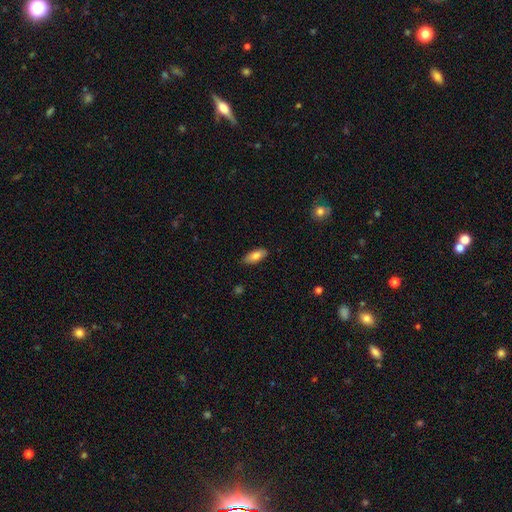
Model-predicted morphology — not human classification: smooth_or_featured: smooth (p=0.80) [alt: featured or disk p=0.14]
how_rounded: in between (p=0.84) [alt: cigar-shaped p=0.14]
merging: none (p=0.85) [alt: minor disturbance p=0.12]